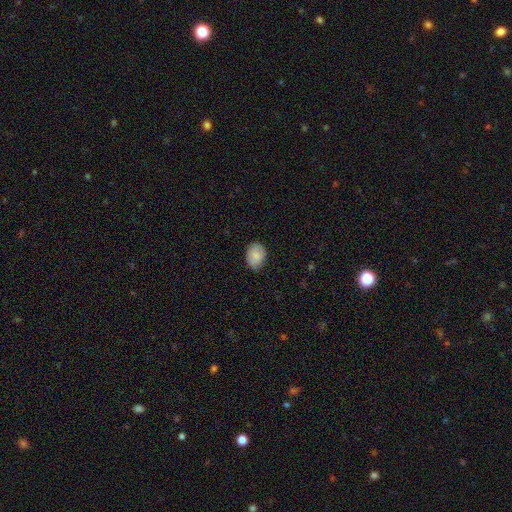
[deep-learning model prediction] This appears to be a smooth galaxy with no disk features (83%) that is in between round and cigar-shaped (68%). Merging: none (77%).